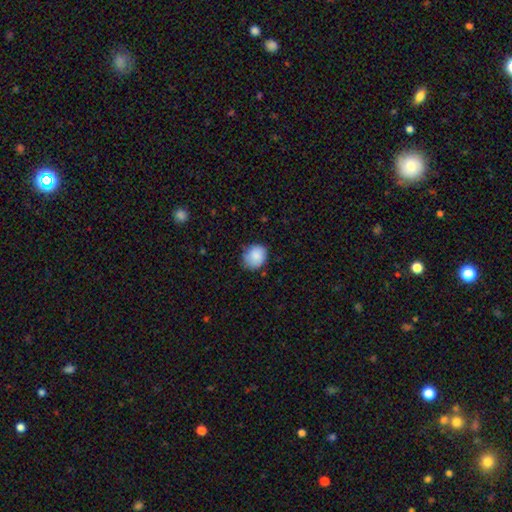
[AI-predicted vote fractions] smooth-or-featured: smooth: 87% | star or artifact: 7% | featured or disk: 6%
  how-rounded: round: 76% | in between: 24% | cigar-shaped: 1%
  merging: none: 70% | minor disturbance: 24% | major disturbance: 4% | merger: 1%